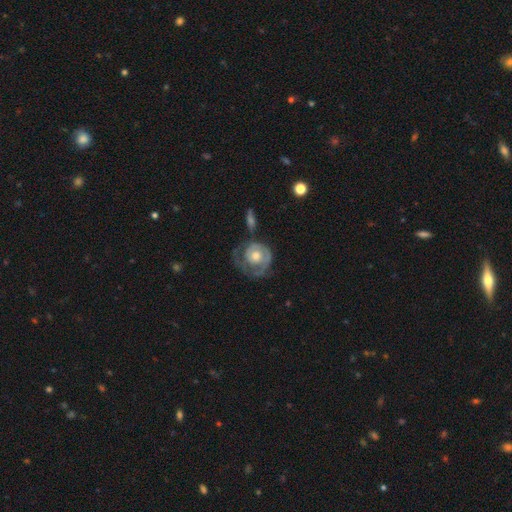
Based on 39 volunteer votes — Volunteers were most divided on "merging": none: 41%, minor disturbance: 27%, major disturbance: 24%, merger: 8%. More confident: edge-on disk — no (100%); spiral arms — yes (93%); smooth or featured — featured or disk (77%); bar — no (73%); spiral winding — tight (68%); bulge size — moderate (67%); spiral arm count — 1 (61%).